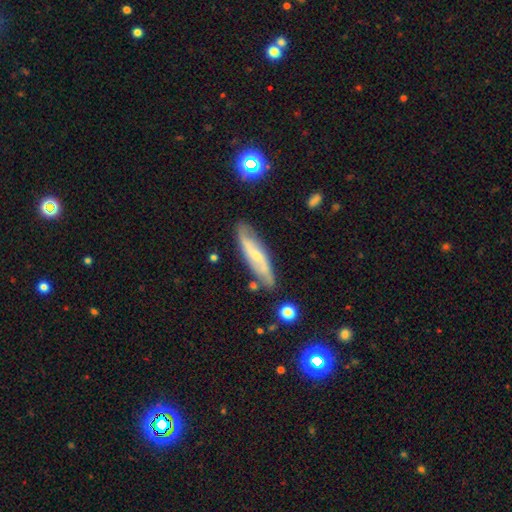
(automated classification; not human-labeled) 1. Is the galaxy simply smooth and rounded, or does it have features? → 60% featured or disk, 32% smooth, 7% star or artifact.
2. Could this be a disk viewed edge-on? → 62% no, 38% yes.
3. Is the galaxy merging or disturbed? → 78% none, 16% minor disturbance, 3% major disturbance, 3% merger.